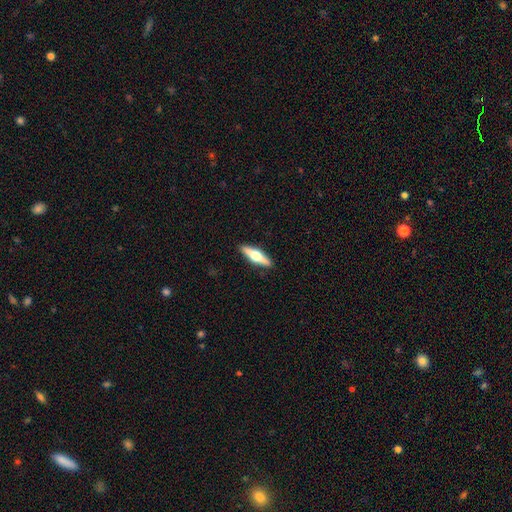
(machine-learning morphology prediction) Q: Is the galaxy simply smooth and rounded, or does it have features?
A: featured or disk — 65%.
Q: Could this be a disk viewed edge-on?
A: yes — 96%.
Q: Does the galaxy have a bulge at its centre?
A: rounded — 96%.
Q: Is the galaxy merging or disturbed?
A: none — 92%.